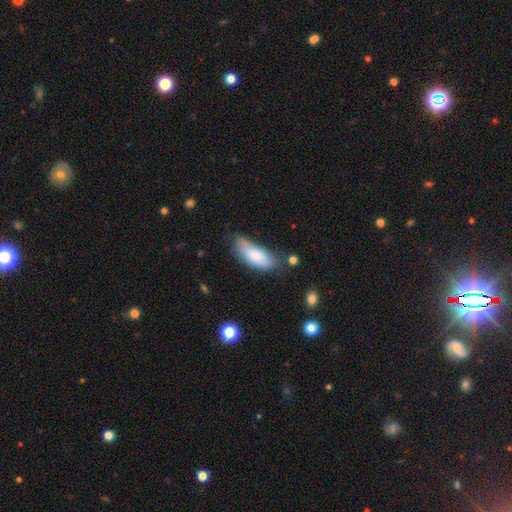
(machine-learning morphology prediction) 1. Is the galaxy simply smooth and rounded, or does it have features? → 76% smooth, 17% featured or disk, 6% star or artifact.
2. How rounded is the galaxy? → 81% in between, 17% cigar-shaped, 2% round.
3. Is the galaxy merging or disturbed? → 50% none, 35% minor disturbance, 10% major disturbance, 5% merger.